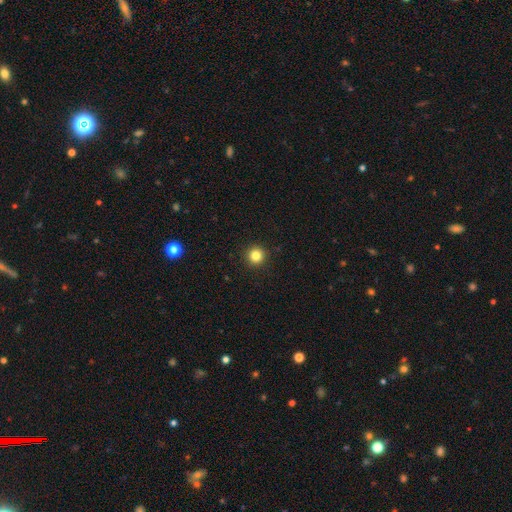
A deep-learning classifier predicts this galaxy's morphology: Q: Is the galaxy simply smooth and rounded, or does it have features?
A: smooth — 83%.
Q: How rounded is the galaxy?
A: round — 96%.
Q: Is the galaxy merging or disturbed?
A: none — 93%.